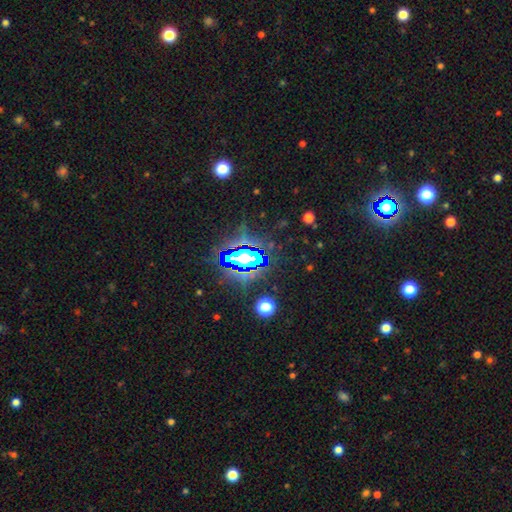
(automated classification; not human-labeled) This appears to be a star or artifact, not a galaxy (74%).